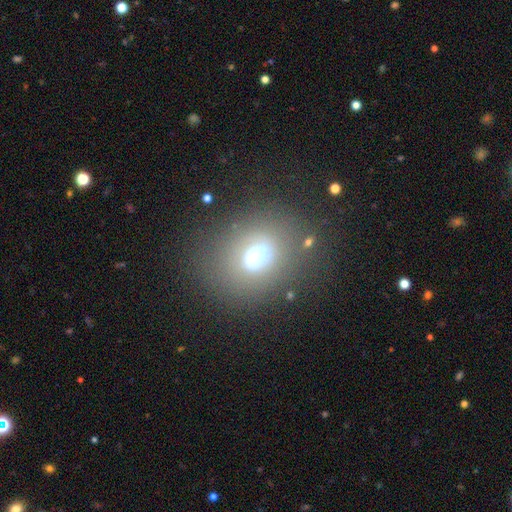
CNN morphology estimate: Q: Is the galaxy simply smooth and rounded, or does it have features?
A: smooth — 58%.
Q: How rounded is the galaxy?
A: in between — 56%.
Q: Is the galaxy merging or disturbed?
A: none — 75%.